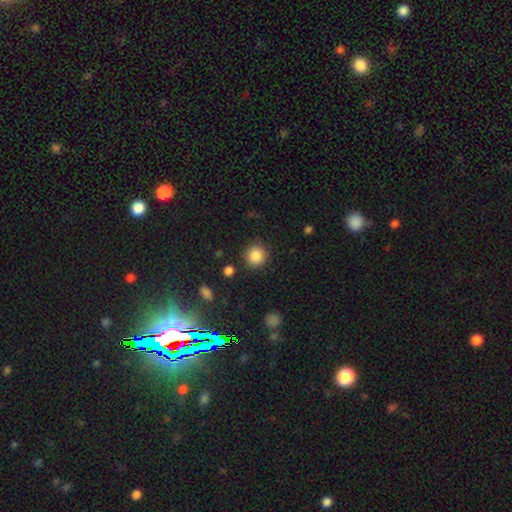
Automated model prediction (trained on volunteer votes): Morphology: type=smooth (86%); roundness=round (91%); merging=none (88%).